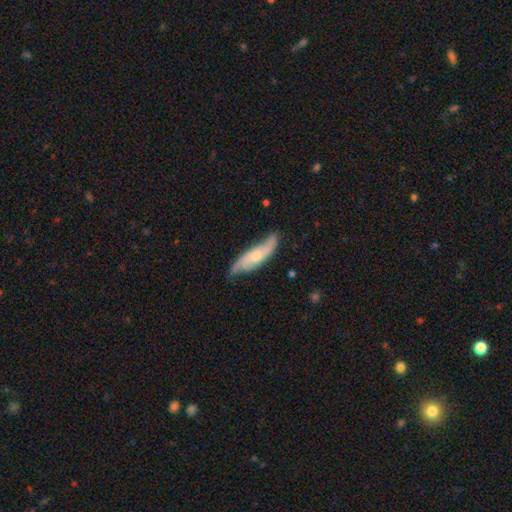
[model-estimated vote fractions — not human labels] Morphology: type=featured or disk (65%); edge-on=no (78%); bar=no (66%); spiral arms=yes (92%); bulge=small (47%); merging=none (67%).